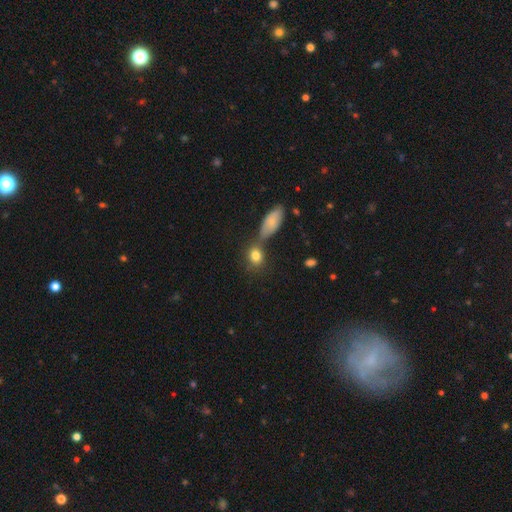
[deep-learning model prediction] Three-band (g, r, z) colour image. It shows a smooth galaxy with no disk features (80%) that is round (52%). Merging: none (53%).